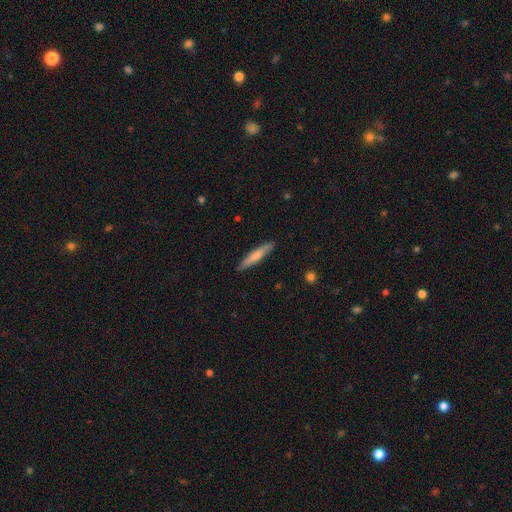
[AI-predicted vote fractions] smooth-or-featured: smooth: 67% | featured or disk: 27% | star or artifact: 5%
  how-rounded: cigar-shaped: 91% | in between: 7% | round: 1%
  merging: none: 89% | minor disturbance: 8% | major disturbance: 2% | merger: 1%